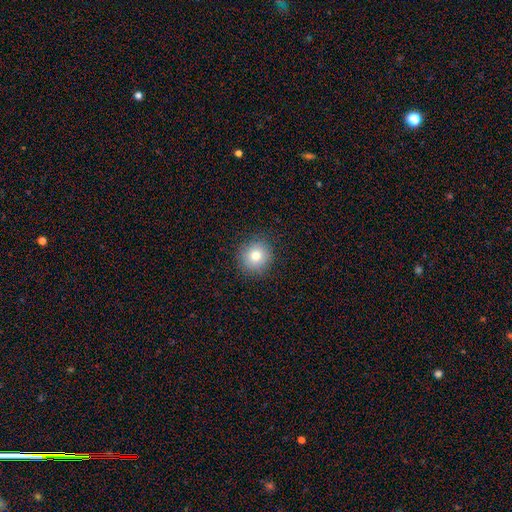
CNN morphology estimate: smooth-or-featured: smooth: 77% | star or artifact: 12% | featured or disk: 10%
  how-rounded: round: 90% | in between: 9% | cigar-shaped: 1%
  merging: none: 89% | minor disturbance: 8% | major disturbance: 3% | merger: 1%